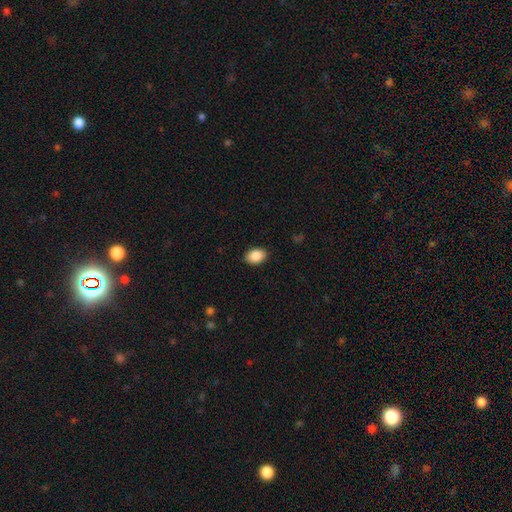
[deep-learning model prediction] The model was most divided on "how rounded": in between: 83%, round: 16%, cigar-shaped: 1%. More confident: smooth or featured — smooth (89%); merging — none (89%).